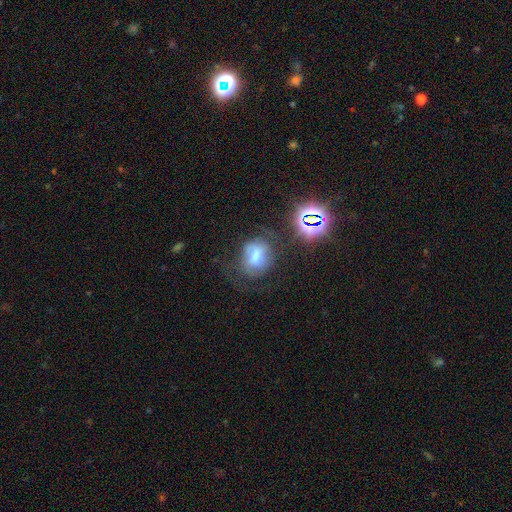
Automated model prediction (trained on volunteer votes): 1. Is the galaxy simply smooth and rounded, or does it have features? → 48% smooth, 34% featured or disk, 18% star or artifact.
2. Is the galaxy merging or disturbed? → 47% none, 23% minor disturbance, 23% major disturbance, 7% merger.